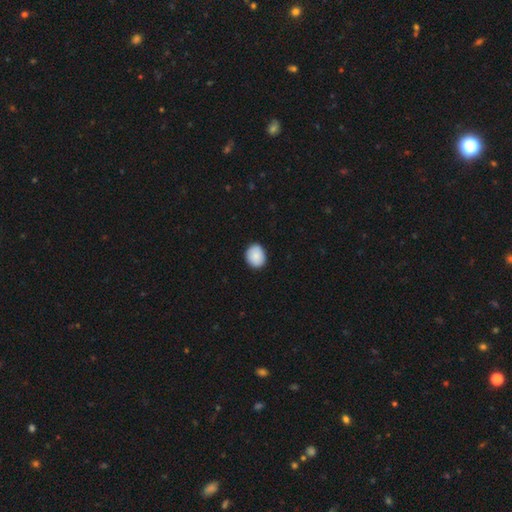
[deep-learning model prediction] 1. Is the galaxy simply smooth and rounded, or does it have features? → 88% smooth, 7% star or artifact, 5% featured or disk.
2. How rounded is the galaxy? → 59% round, 40% in between, 1% cigar-shaped.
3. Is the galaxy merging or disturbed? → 87% none, 10% minor disturbance, 2% major disturbance, 1% merger.